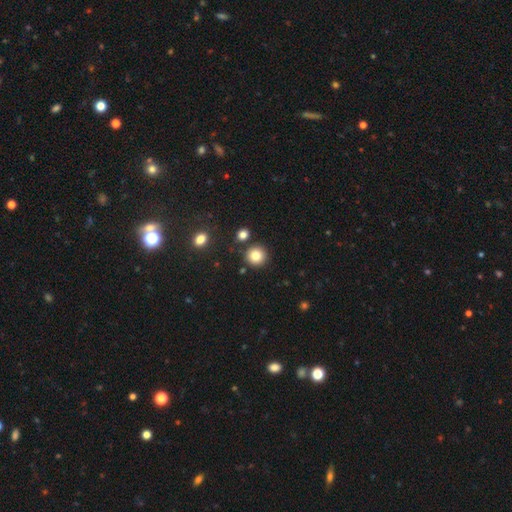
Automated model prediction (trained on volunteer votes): smooth 84%, star or artifact 10%, featured or disk 6%. Down the decision tree: how rounded — round (93%); merging — none (85%).